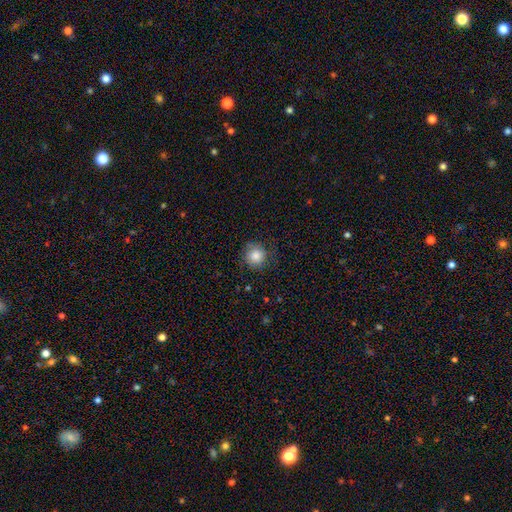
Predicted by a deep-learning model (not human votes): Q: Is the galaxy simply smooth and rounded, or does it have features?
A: smooth — 84%.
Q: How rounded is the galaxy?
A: round — 93%.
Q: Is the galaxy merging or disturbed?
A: none — 80%.